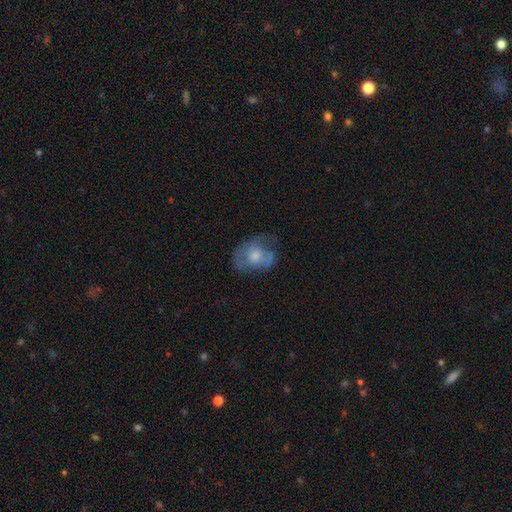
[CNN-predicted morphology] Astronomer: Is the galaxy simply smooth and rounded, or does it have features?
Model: featured or disk — 47% (runner-up: smooth, 45%).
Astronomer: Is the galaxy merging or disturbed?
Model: none — 48% (runner-up: minor disturbance, 28%).